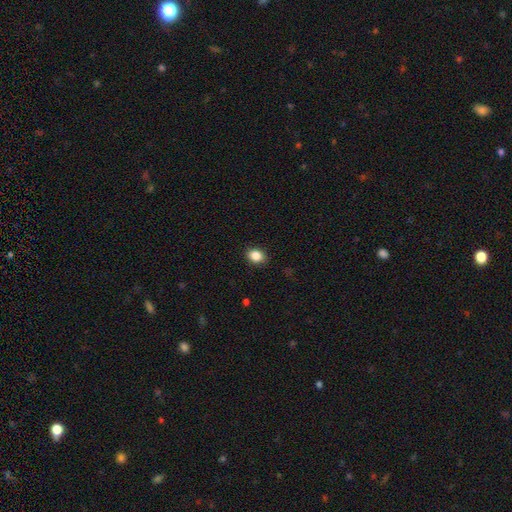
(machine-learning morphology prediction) Q: Smooth or featured?
A: smooth (86%); runner-up: star or artifact (9%)
Q: How rounded?
A: in between (51%); runner-up: round (48%)
Q: Merging?
A: none (88%); runner-up: minor disturbance (9%)